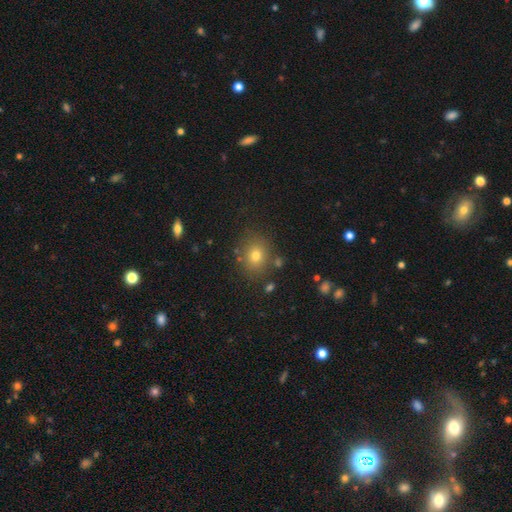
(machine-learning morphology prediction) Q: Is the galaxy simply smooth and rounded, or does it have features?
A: smooth — 74%.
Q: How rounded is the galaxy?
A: round — 74%.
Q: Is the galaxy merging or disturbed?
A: none — 82%.